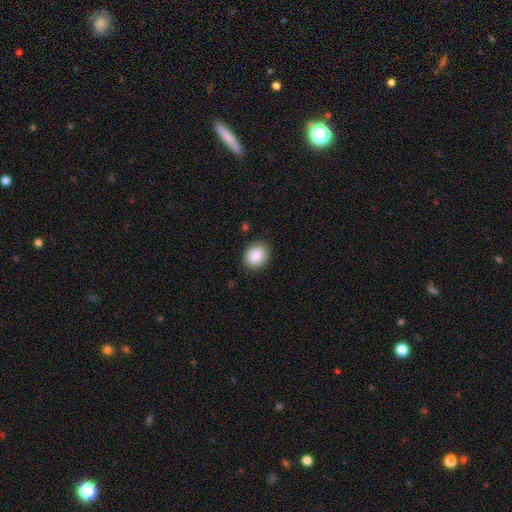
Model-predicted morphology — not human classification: This appears to be a smooth galaxy with no disk features (88%) that is round (56%). Merging: none (87%).